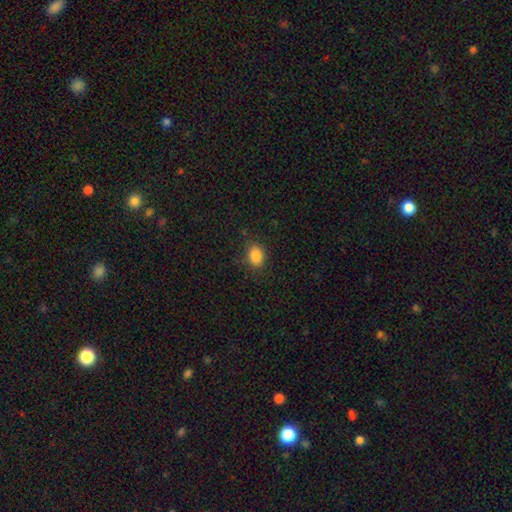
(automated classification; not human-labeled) Overall: smooth (85%). How rounded: in between (59%; round 40%). Merging: none (82%).